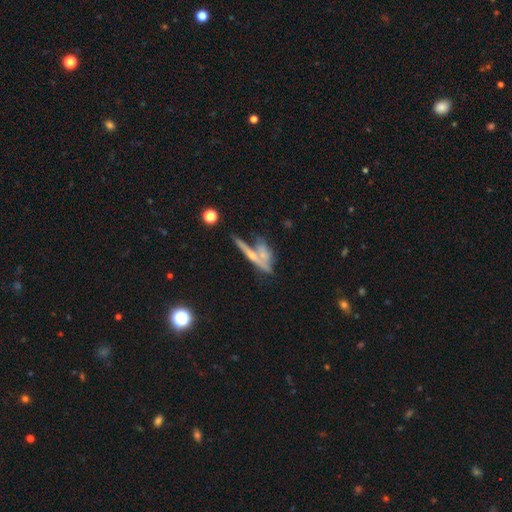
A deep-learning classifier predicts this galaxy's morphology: smooth_or_featured: featured or disk (p=0.54) [alt: smooth p=0.37]
disk_edge_on: yes (p=0.76) [alt: no p=0.24]
merging: none (p=0.42) [alt: merger p=0.41]